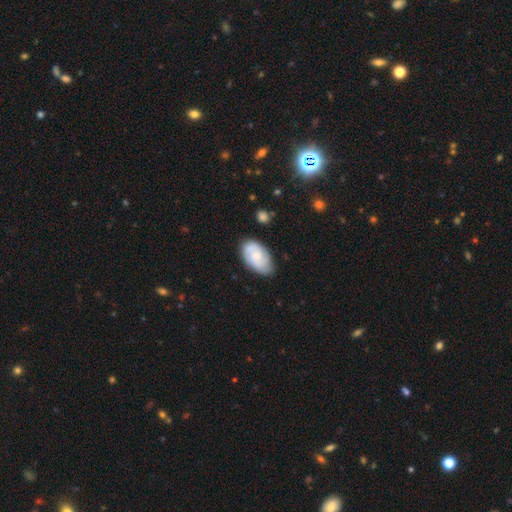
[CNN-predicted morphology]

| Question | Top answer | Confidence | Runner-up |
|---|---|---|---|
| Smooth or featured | smooth | 50% | featured or disk (43%) |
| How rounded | in between | 93% | round (6%) |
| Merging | none | 73% | minor disturbance (20%) |